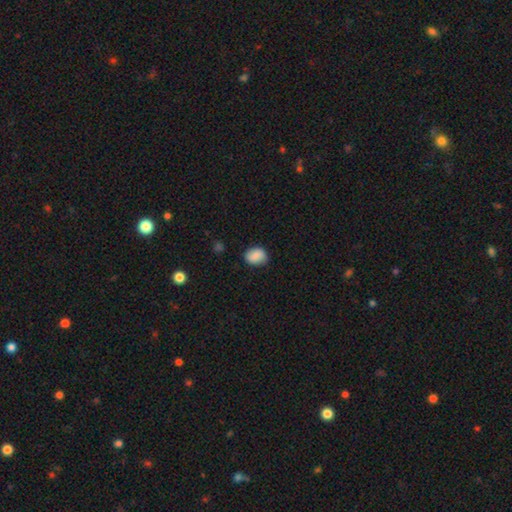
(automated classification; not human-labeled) A smooth galaxy with no disk features (84%) that is in between round and cigar-shaped (59%). Merging: none (80%).